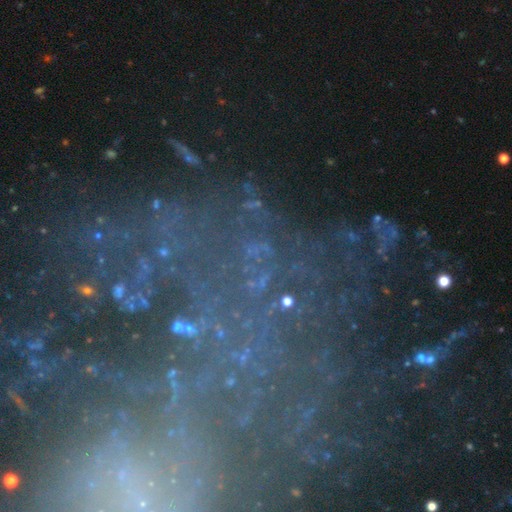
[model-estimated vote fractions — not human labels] smooth_or_featured: star or artifact (p=0.44) [alt: featured or disk p=0.42]